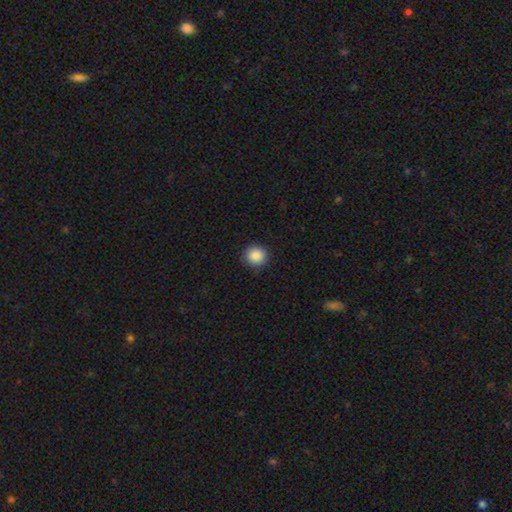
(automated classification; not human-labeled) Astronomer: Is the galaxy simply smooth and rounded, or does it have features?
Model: smooth — 88%.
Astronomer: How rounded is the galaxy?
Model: round — 92%.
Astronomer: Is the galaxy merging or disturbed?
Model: none — 91%.